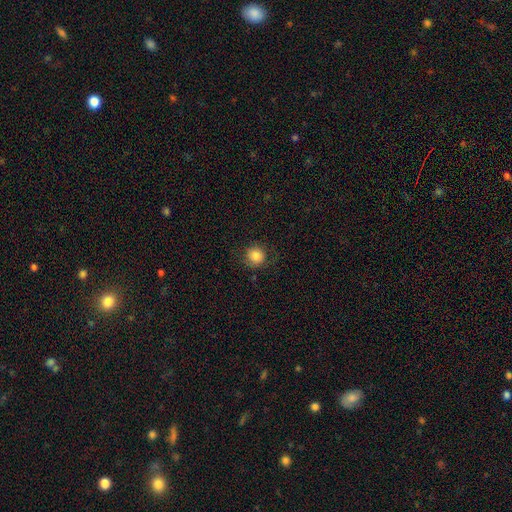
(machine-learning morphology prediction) Smooth or featured? Predicted: smooth (p=0.83). How rounded? Predicted: round (p=0.91). Merging? Predicted: none (p=0.82).